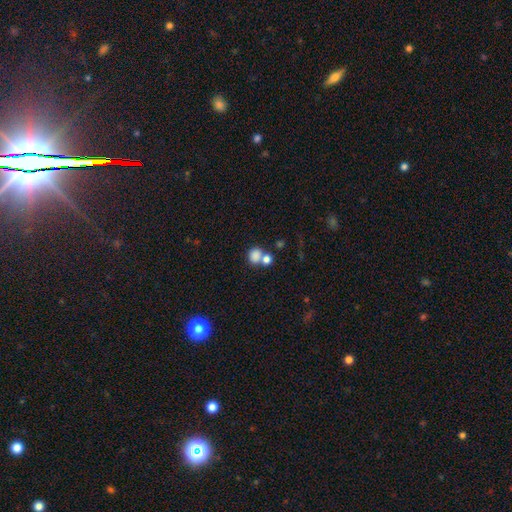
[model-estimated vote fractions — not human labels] Q: Smooth or featured?
A: smooth (81%); runner-up: star or artifact (11%)
Q: How rounded?
A: round (62%); runner-up: in between (36%)
Q: Merging?
A: merger (47%); runner-up: none (39%)